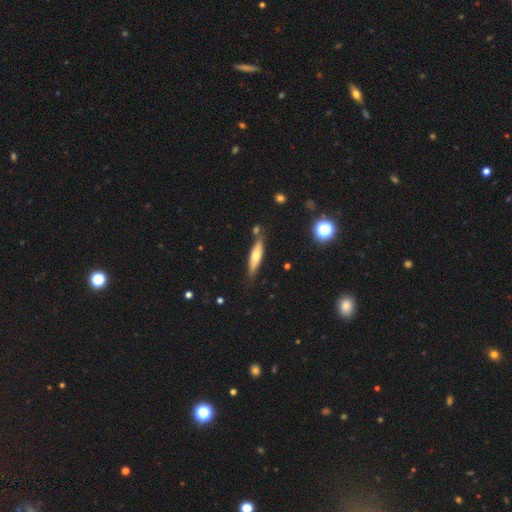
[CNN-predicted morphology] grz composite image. It shows a smooth galaxy with no disk features (52%) that is cigar-shaped (71%). Merging: none (76%).